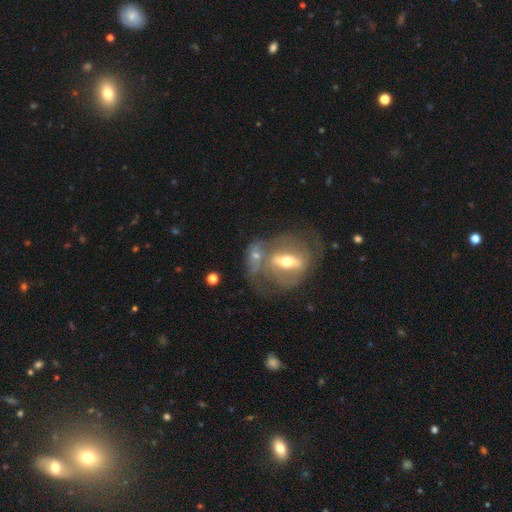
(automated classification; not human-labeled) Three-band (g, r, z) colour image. It shows a featured or disk galaxy (63%) with no bar (35%), no spiral arms (63%) and a moderate central bulge (67%). Merging: merger (47%).